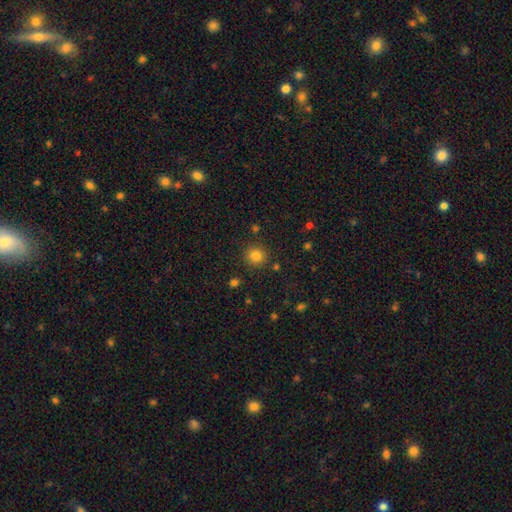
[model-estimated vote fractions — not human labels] Smooth or featured? Predicted: smooth (p=0.83). How rounded? Predicted: round (p=0.90). Merging? Predicted: none (p=0.87).